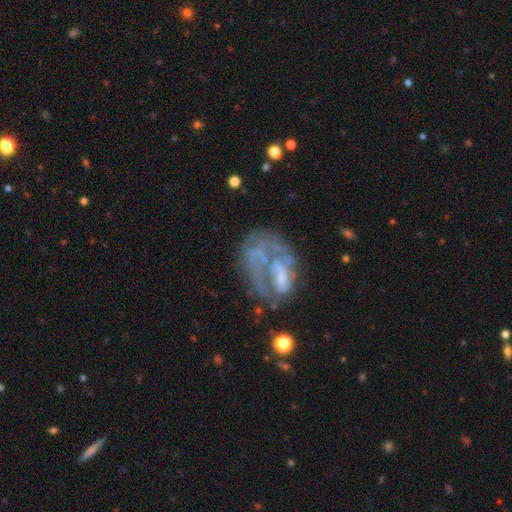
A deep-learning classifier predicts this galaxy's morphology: A featured or disk galaxy (66%) with no bar (72%), no spiral arms (72%) and no central bulge (56%). Merging: major disturbance (39%).